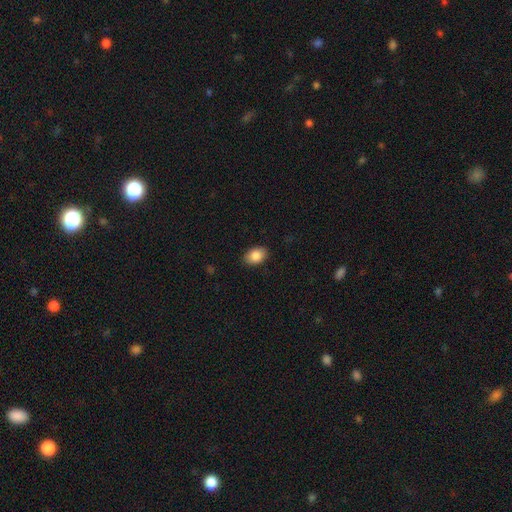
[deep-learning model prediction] Smooth or featured? Predicted: smooth (p=0.87). How rounded? Predicted: in between (p=0.84). Merging? Predicted: none (p=0.88).